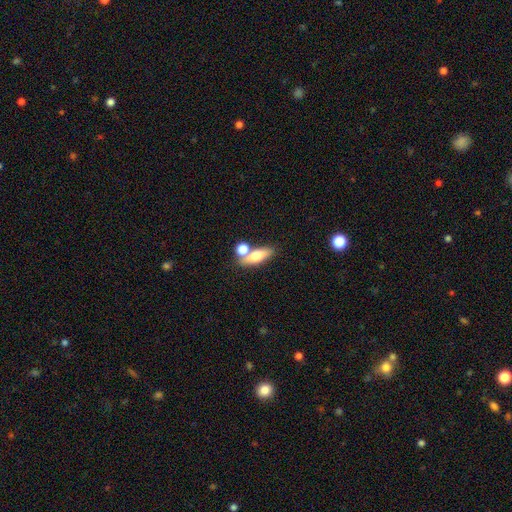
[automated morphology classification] smooth-or-featured: smooth: 69% | featured or disk: 23% | star or artifact: 9%
  how-rounded: in between: 61% | cigar-shaped: 28% | round: 11%
  merging: none: 50% | merger: 33% | minor disturbance: 11% | major disturbance: 5%